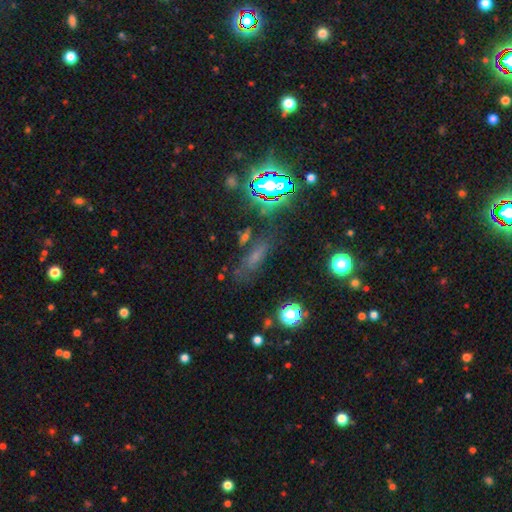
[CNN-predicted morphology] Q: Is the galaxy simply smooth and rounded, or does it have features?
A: smooth — 53%.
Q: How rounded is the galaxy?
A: in between — 52%.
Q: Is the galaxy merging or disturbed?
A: none — 64%.